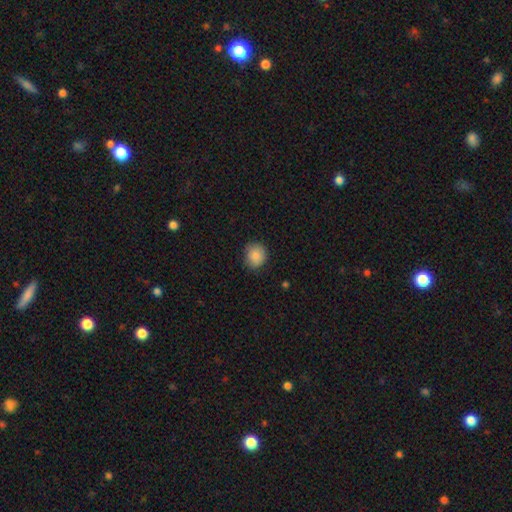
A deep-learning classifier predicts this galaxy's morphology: Overall: smooth (86%). How rounded: round (80%). Merging: none (79%).